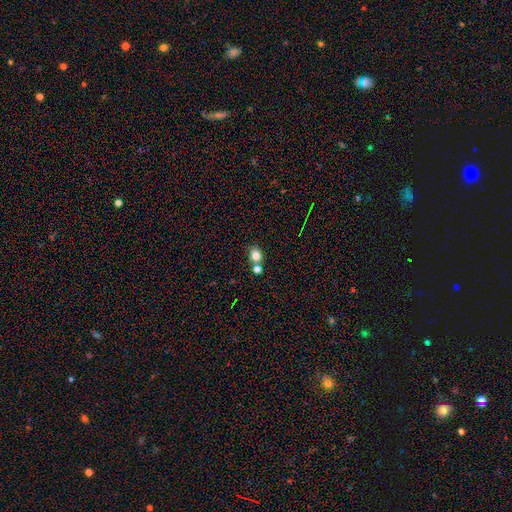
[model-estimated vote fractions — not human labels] smooth-or-featured: smooth: 79% | star or artifact: 12% | featured or disk: 8%
  how-rounded: round: 55% | in between: 44% | cigar-shaped: 1%
  merging: none: 62% | merger: 24% | minor disturbance: 11% | major disturbance: 3%